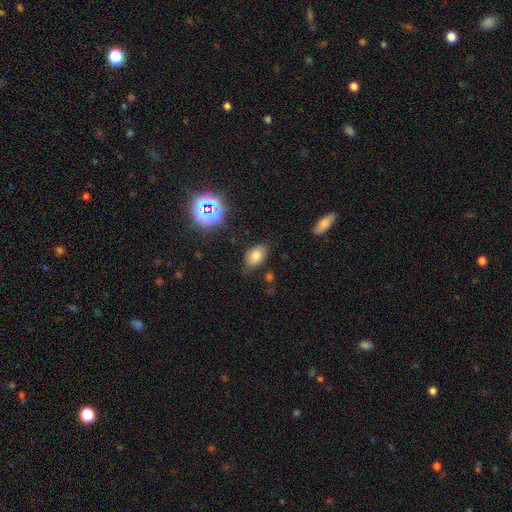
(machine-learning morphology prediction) smooth 77%, star or artifact 14%, featured or disk 10%. Down the decision tree: how rounded — in between (88%); merging — none (79%).